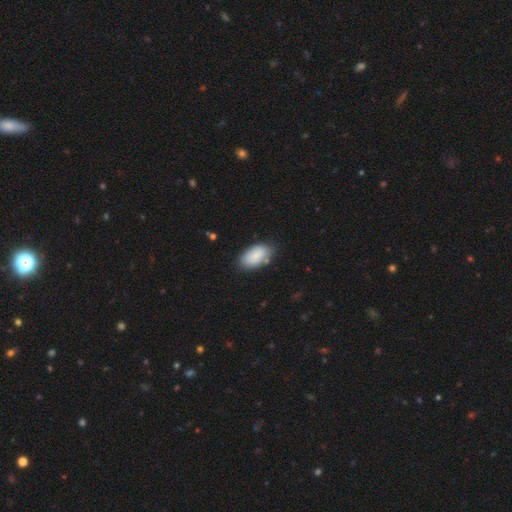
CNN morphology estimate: Smooth or featured? smooth (82%)
How rounded? in between (95%)
Merging? none (75%)